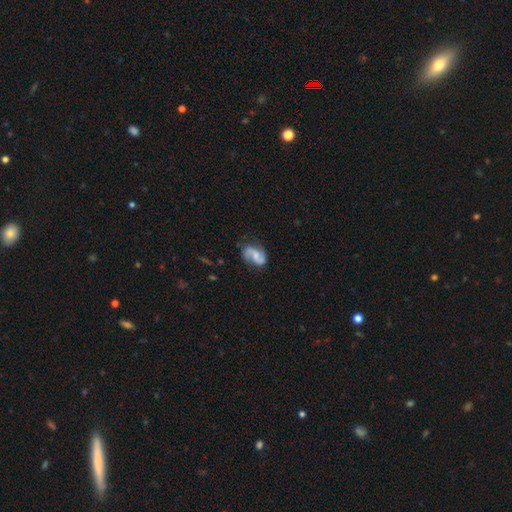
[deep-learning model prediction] Smooth or featured: featured or disk — 79% (smooth — 16%)
Edge-on disk: no — 98% (yes — 2%)
Bar: no — 48% (weak — 40%)
Spiral arms: yes — 95% (no — 5%)
Spiral winding: loose — 53% (medium — 36%)
Spiral arm count: 2 — 91% (1 — 3%)
Bulge size: small — 43% (moderate — 40%)
Merging: none — 72% (minor disturbance — 19%)